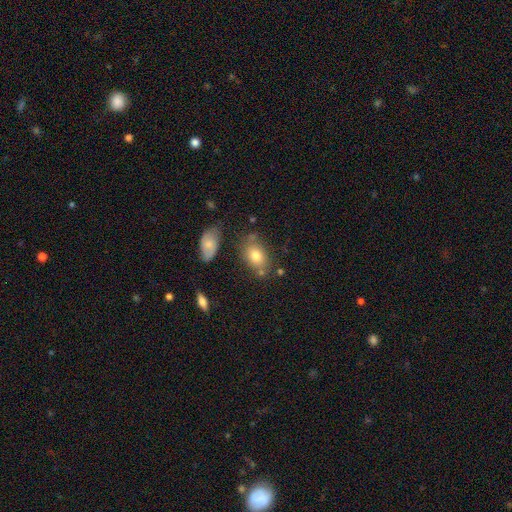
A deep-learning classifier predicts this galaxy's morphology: smooth 76%, featured or disk 15%, star or artifact 9%. Down the decision tree: how rounded — in between (81%); merging — none (66%).